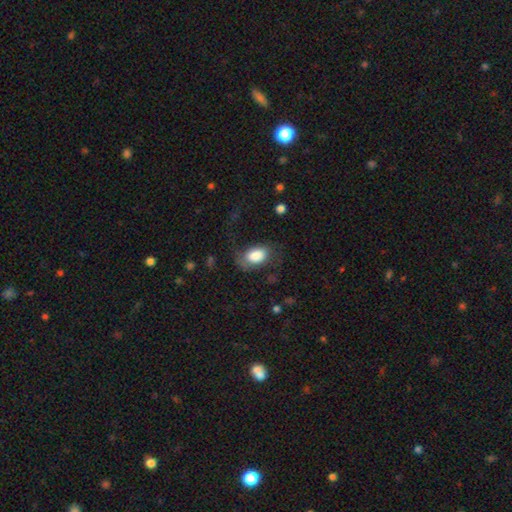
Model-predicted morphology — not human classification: Smooth or featured: smooth — 79% (featured or disk — 13%)
How rounded: in between — 85% (round — 13%)
Merging: none — 58% (minor disturbance — 23%)